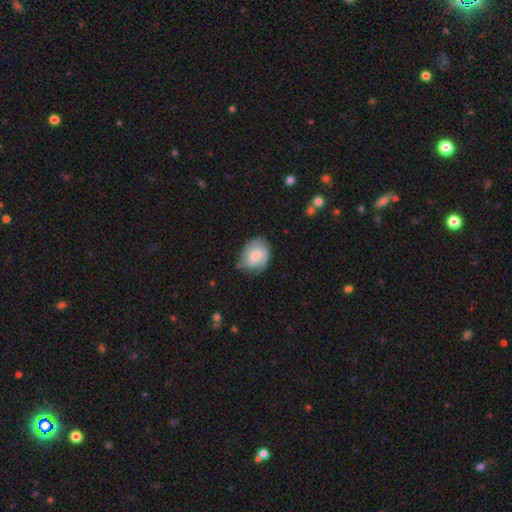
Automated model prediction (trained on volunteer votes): Smooth or featured?
  - smooth: 56% *
  - featured or disk: 36%
  - star or artifact: 7%
How rounded?
  - in between: 53% *
  - round: 46%
  - cigar-shaped: 1%
Merging?
  - none: 52% *
  - minor disturbance: 35%
  - major disturbance: 11%
  - merger: 2%